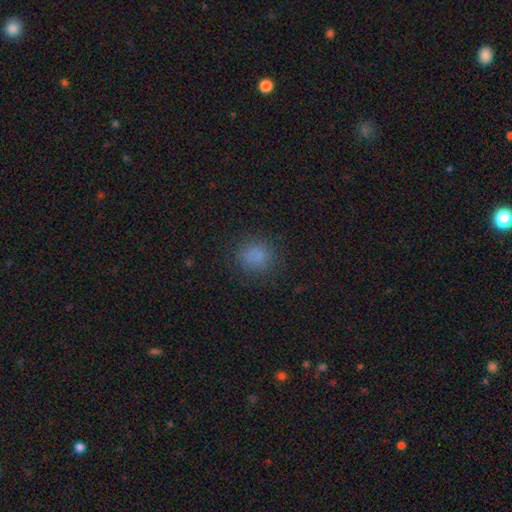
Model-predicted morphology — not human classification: The model was most divided on "smooth or featured": smooth: 81%, star or artifact: 14%, featured or disk: 5%. More confident: merging — none (85%); how rounded — round (85%).